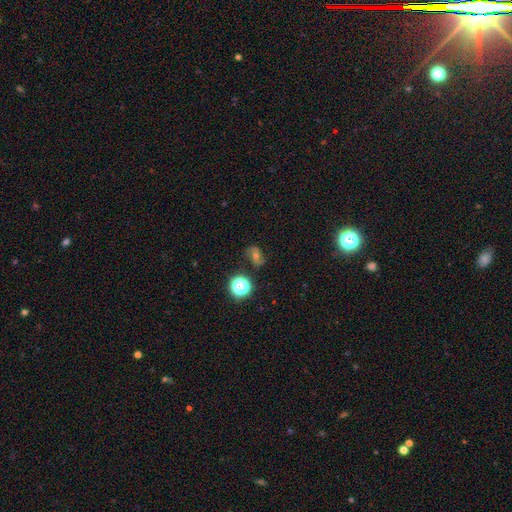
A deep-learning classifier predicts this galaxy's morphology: type=featured or disk (41%); merging=none (76%).